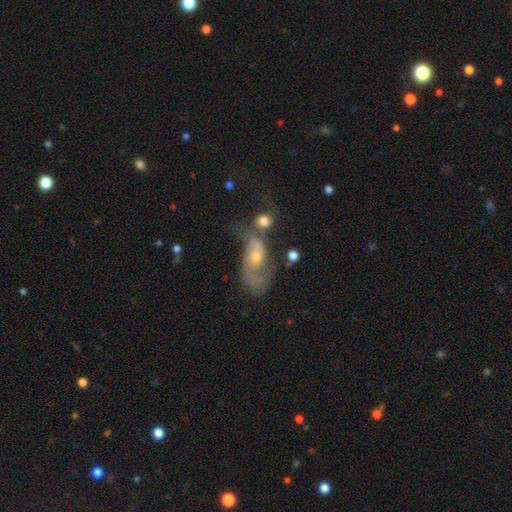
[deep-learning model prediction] This is likely a featured or disk galaxy (70%). It is clearly not viewed edge-on (94%). Bar: likely no (69%). Spiral arm pattern: clearly yes (81%). Spiral arm count: possibly 2 (52%). Spiral winding: marginally medium (39%). Central bulge: possibly moderate (51%). Merging: marginally merger (36%).